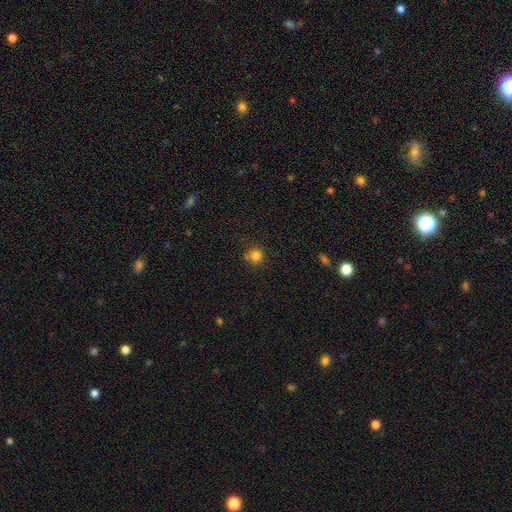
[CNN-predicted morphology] Smooth or featured? Predicted: smooth (p=0.81). How rounded? Predicted: round (p=0.91). Merging? Predicted: none (p=0.70).